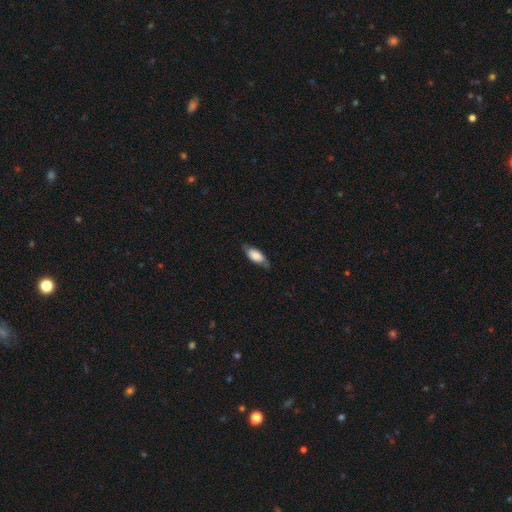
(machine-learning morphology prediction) Q: Smooth or featured?
A: smooth (69%); runner-up: featured or disk (24%)
Q: How rounded?
A: in between (83%); runner-up: cigar-shaped (14%)
Q: Merging?
A: none (72%); runner-up: minor disturbance (21%)